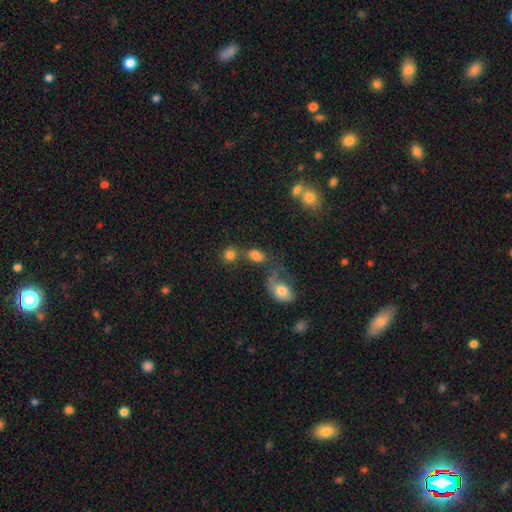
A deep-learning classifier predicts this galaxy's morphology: smooth_or_featured: smooth (p=0.79) [alt: star or artifact p=0.13]
how_rounded: in between (p=0.68) [alt: round p=0.29]
merging: none (p=0.48) [alt: merger p=0.27]